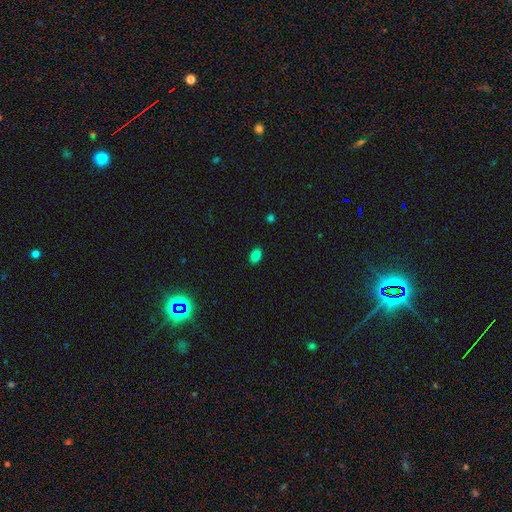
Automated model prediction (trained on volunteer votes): The model was most divided on "how rounded": in between: 84%, round: 15%, cigar-shaped: 1%. More confident: merging — none (88%); smooth or featured — smooth (83%).